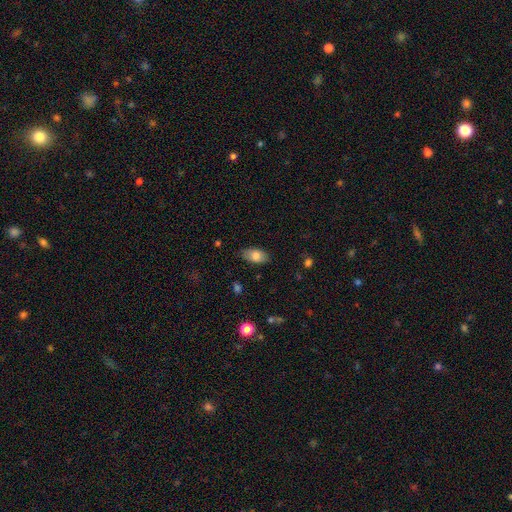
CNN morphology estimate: A smooth galaxy with no disk features (80%) that is in between round and cigar-shaped (92%). Merging: none (82%).